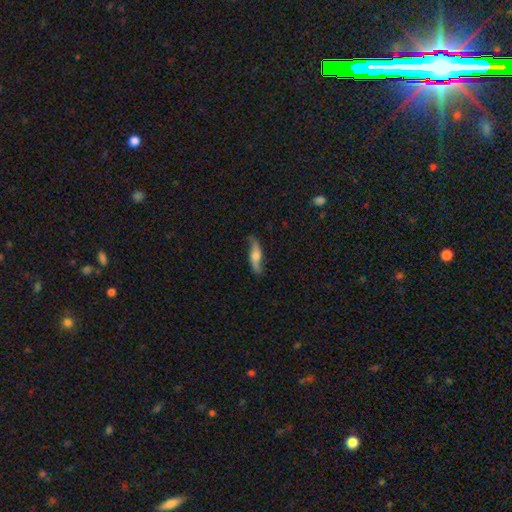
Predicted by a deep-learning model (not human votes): A featured or disk galaxy (66%).

Vote fractions:
- Smooth or featured? featured or disk: 66% / smooth: 28% / star or artifact: 6%
- Edge-on disk? no: 66% / yes: 34%
- Merging? none: 77% / minor disturbance: 17% / major disturbance: 5% / merger: 2%